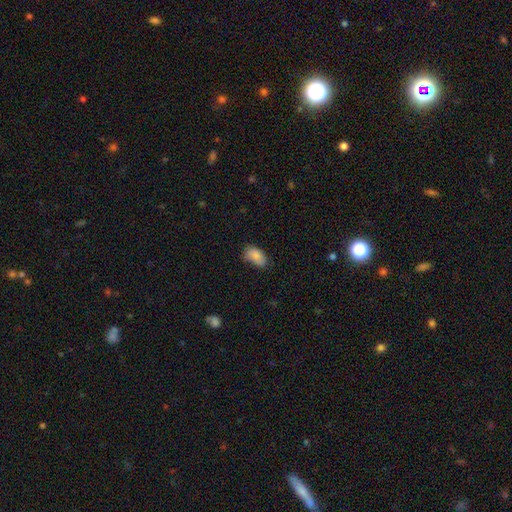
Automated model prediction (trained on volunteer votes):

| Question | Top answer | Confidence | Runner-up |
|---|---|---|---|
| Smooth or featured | smooth | 85% | featured or disk (7%) |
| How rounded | in between | 92% | round (6%) |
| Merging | none | 65% | minor disturbance (28%) |